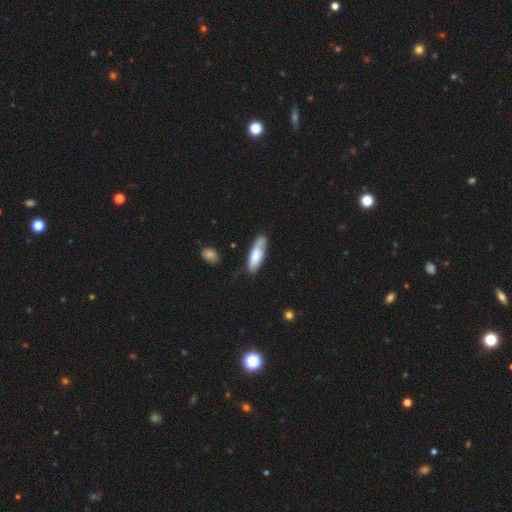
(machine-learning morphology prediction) A smooth galaxy with no disk features (68%) that is in between round and cigar-shaped (49%, tied with cigar-shaped). Merging: none (64%).